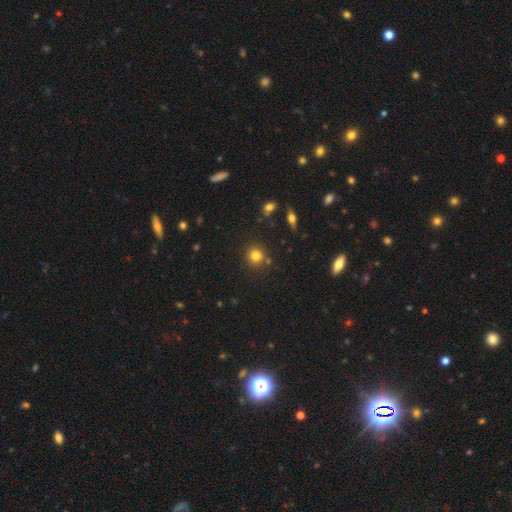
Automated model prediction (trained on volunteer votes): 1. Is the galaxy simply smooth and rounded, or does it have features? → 79% smooth, 13% star or artifact, 8% featured or disk.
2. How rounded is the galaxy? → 89% round, 10% in between, 1% cigar-shaped.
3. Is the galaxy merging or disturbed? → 80% none, 10% minor disturbance, 7% merger, 3% major disturbance.